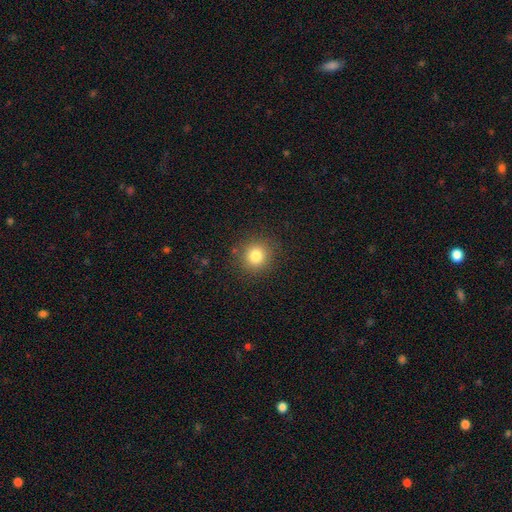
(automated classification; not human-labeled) A smooth galaxy with no disk features (81%) that is round (90%).

Vote fractions:
- Smooth or featured? smooth: 81% / star or artifact: 12% / featured or disk: 7%
- How rounded? round: 90% / in between: 10% / cigar-shaped: 1%
- Merging? none: 88% / minor disturbance: 8% / major disturbance: 3% / merger: 1%